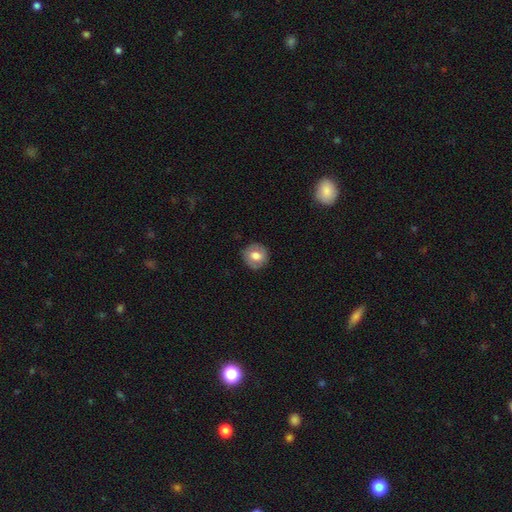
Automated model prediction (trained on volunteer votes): Smooth or featured? Predicted: smooth (p=0.72). How rounded? Predicted: round (p=0.90). Merging? Predicted: none (p=0.86).